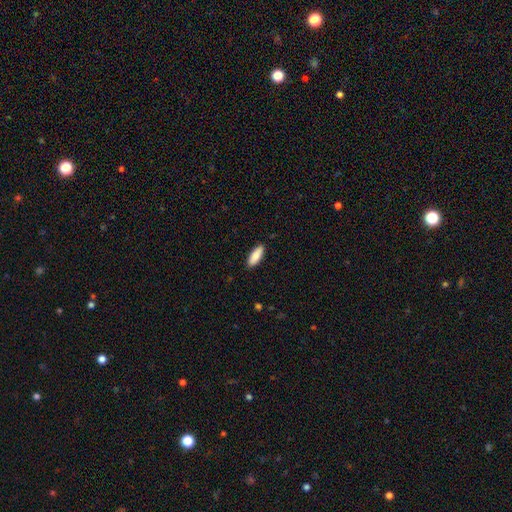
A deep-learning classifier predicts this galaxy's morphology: A smooth galaxy with no disk features (87%) that is in between round and cigar-shaped (70%). Merging: none (89%).